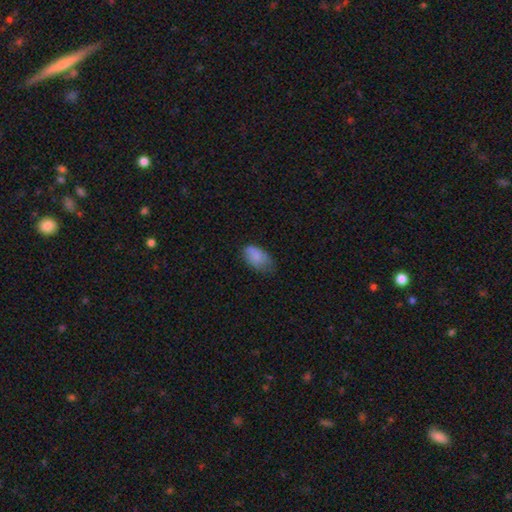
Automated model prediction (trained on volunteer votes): A smooth galaxy with no disk features (81%) that is in between round and cigar-shaped (92%). Merging: none (49%).